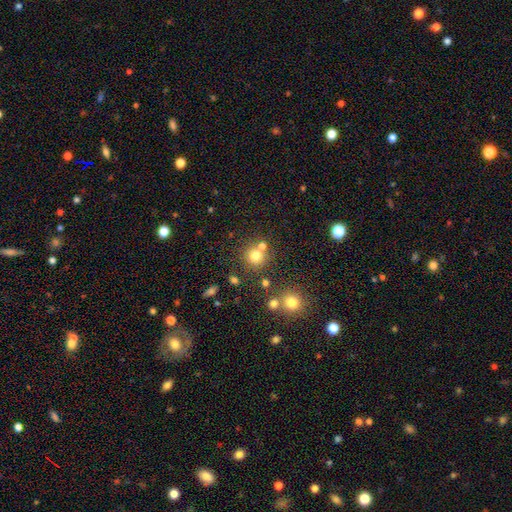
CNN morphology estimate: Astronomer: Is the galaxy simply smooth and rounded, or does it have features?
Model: smooth — 74%.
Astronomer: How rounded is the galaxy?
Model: round — 91%.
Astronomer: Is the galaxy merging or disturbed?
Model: none — 69%.